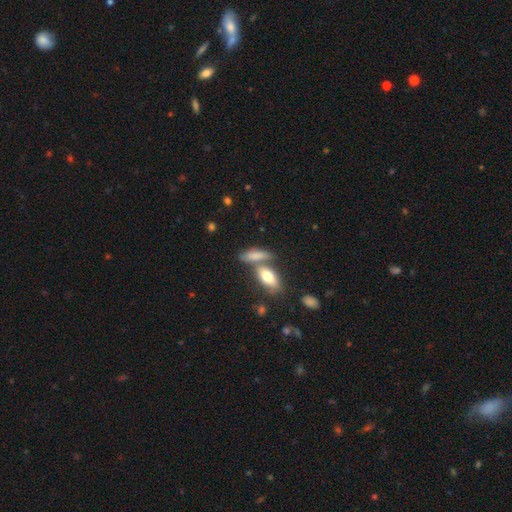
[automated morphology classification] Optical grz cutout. It shows a smooth galaxy with no disk features (77%) that is in between round and cigar-shaped (64%). Merging: none (47%).